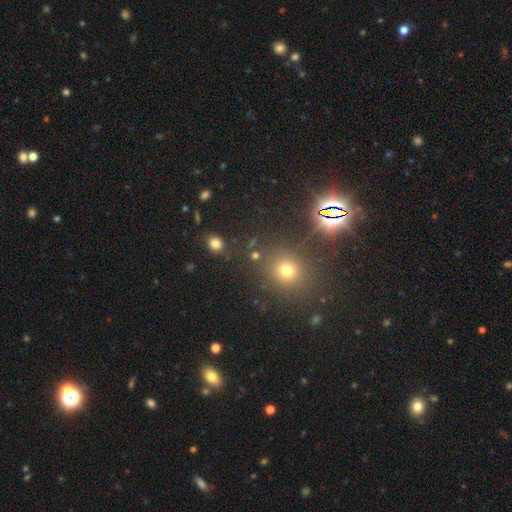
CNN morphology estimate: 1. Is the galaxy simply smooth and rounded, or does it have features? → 57% smooth, 35% star or artifact, 8% featured or disk.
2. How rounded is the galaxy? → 74% round, 24% in between, 2% cigar-shaped.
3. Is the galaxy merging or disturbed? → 81% none, 9% minor disturbance, 5% merger, 5% major disturbance.